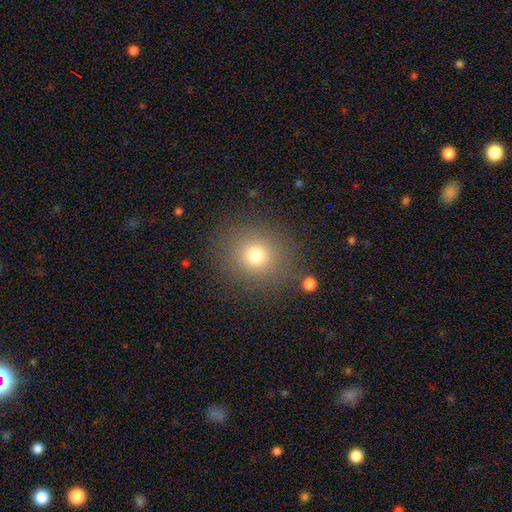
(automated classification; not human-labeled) Smooth or featured? smooth (74%)
How rounded? round (86%)
Merging? none (85%)